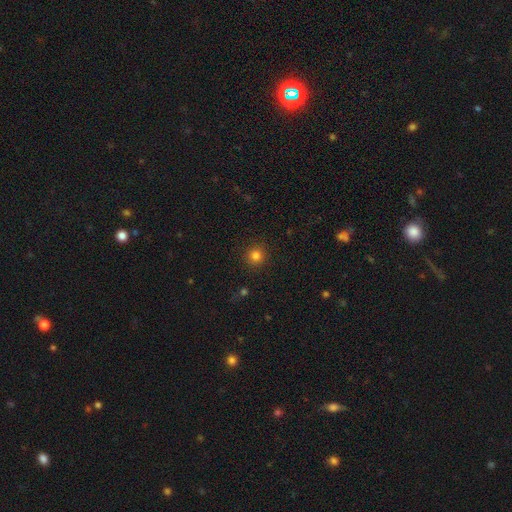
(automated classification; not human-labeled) A smooth galaxy with no disk features (81%) that is round (94%).

Vote fractions:
- Smooth or featured? smooth: 81% / star or artifact: 14% / featured or disk: 5%
- How rounded? round: 94% / in between: 5% / cigar-shaped: 1%
- Merging? none: 91% / minor disturbance: 6% / major disturbance: 2% / merger: 1%